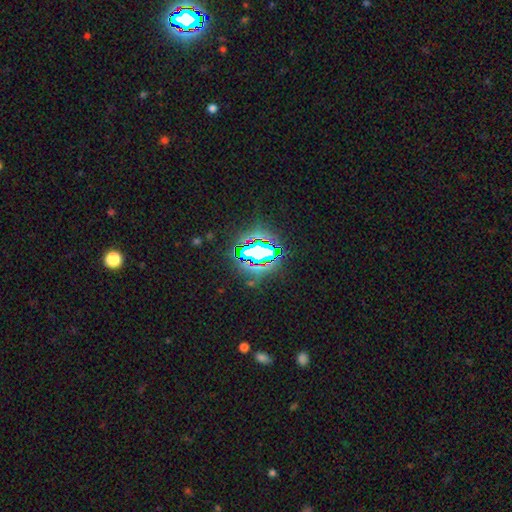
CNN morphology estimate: This appears to be a star or artifact, not a galaxy (70%).